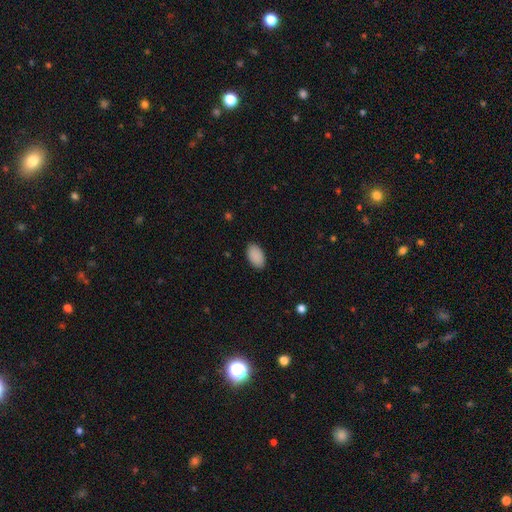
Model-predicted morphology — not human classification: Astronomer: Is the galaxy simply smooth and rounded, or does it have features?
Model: smooth — 91%.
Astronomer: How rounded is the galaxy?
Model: in between — 95%.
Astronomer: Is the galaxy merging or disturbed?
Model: none — 88%.